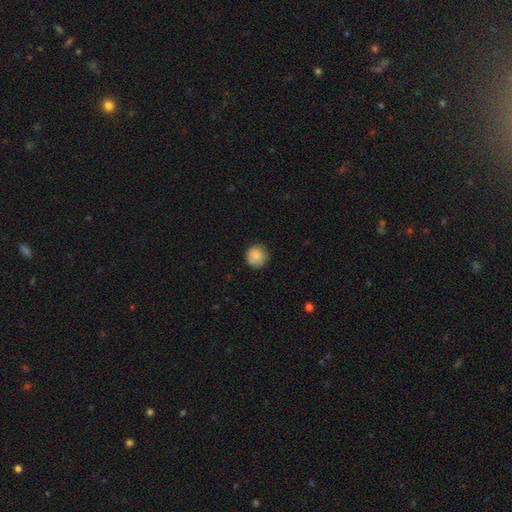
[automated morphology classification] The model was most divided on "merging": none: 83%, minor disturbance: 13%, major disturbance: 2%, merger: 1%. More confident: how rounded — round (91%); smooth or featured — smooth (84%).